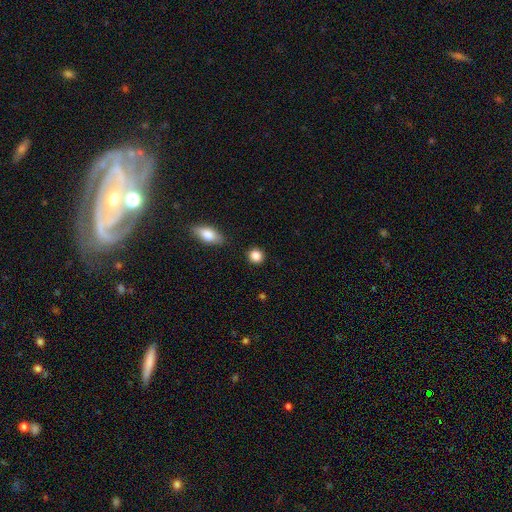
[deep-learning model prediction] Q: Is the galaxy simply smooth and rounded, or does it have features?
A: smooth — 87%.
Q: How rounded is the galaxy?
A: round — 86%.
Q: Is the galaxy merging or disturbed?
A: none — 87%.